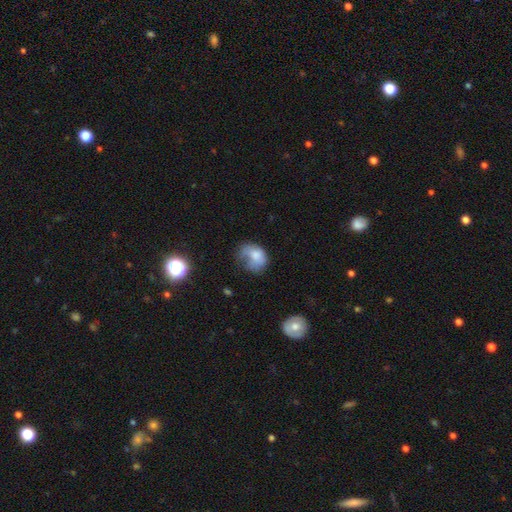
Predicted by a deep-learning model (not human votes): The model was most divided on "merging": major disturbance: 38%, minor disturbance: 31%, none: 27%, merger: 4%. More confident: smooth or featured — smooth (67%); how rounded — in between (61%).